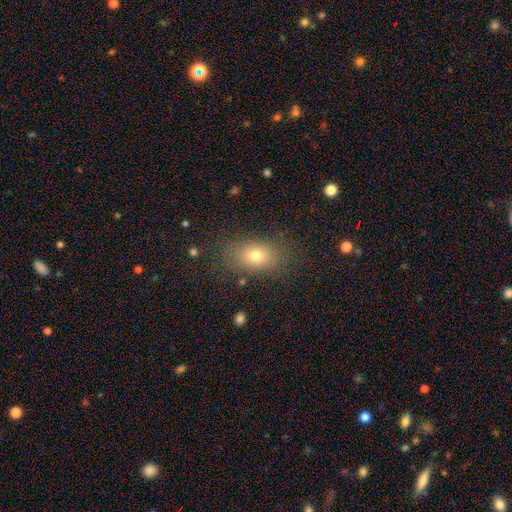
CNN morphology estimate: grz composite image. It shows a smooth galaxy with no disk features (74%) that is in between round and cigar-shaped (80%). Merging: none (80%).